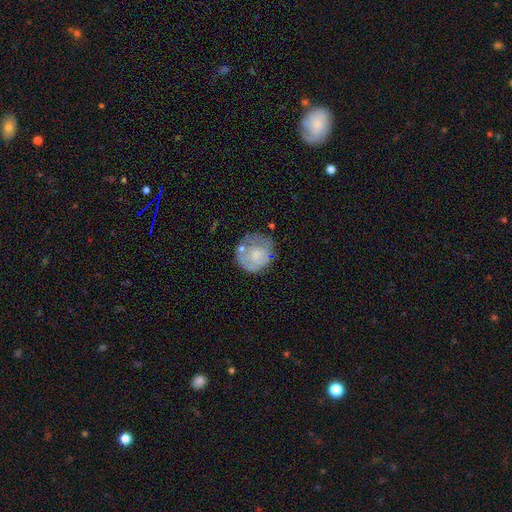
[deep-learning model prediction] Smooth or featured: smooth — 54% (featured or disk — 39%)
How rounded: round — 86% (in between — 13%)
Merging: none — 58% (minor disturbance — 24%)